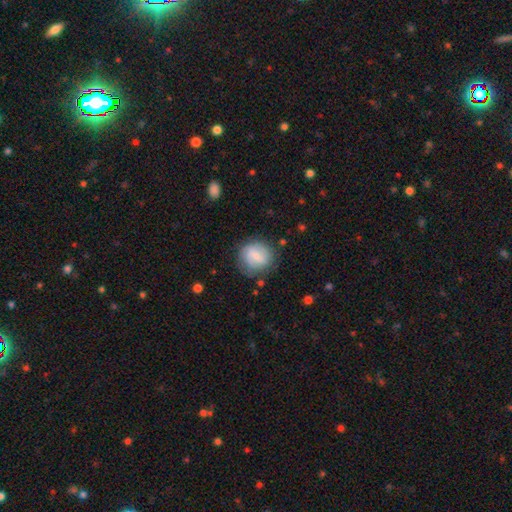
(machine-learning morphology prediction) Smooth or featured? Predicted: smooth (p=0.57). How rounded? Predicted: round (p=0.84). Merging? Predicted: none (p=0.72).